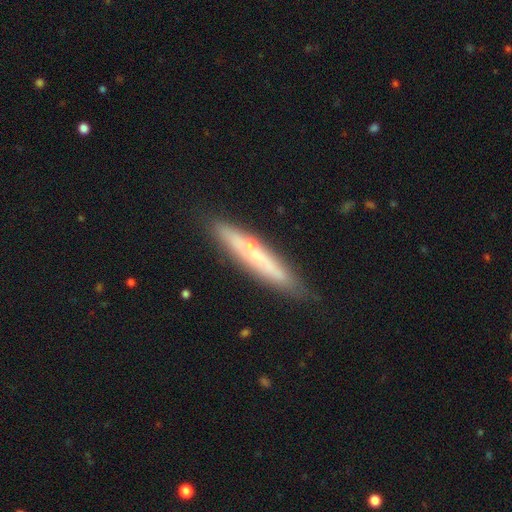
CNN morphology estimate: smooth_or_featured: featured or disk (p=0.56) [alt: smooth p=0.37]
disk_edge_on: yes (p=0.80) [alt: no p=0.20]
merging: none (p=0.79) [alt: minor disturbance p=0.15]